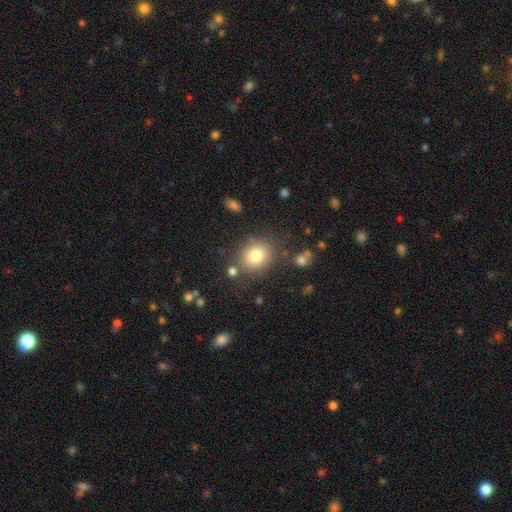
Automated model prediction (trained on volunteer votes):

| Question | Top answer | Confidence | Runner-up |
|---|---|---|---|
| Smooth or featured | smooth | 80% | star or artifact (11%) |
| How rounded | round | 68% | in between (31%) |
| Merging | none | 77% | minor disturbance (12%) |